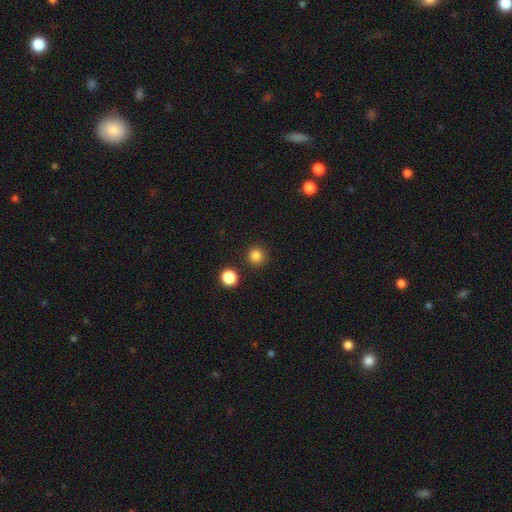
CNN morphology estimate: The model was most divided on "smooth or featured": smooth: 83%, star or artifact: 13%, featured or disk: 4%. More confident: how rounded — round (94%); merging — none (89%).